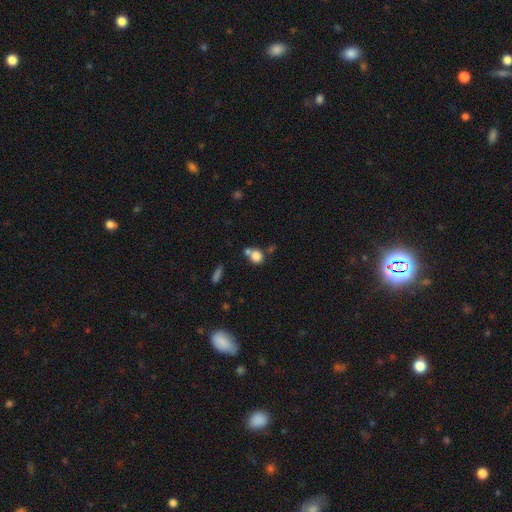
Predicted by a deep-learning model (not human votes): Smooth or featured? smooth (80%)
How rounded? round (71%)
Merging? none (45%)